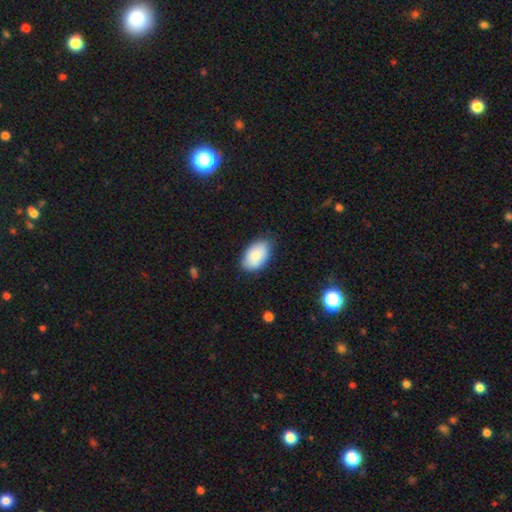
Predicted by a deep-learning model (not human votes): Overall: smooth (83%). How rounded: in between (93%). Merging: none (76%).